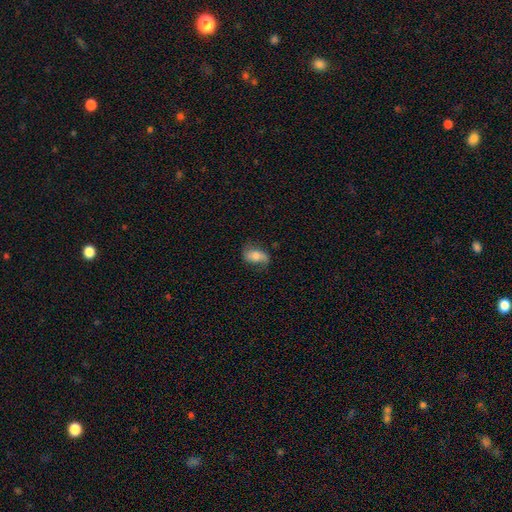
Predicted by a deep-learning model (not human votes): Q: Smooth or featured?
A: smooth (59%); runner-up: featured or disk (33%)
Q: How rounded?
A: in between (87%); runner-up: round (9%)
Q: Merging?
A: none (67%); runner-up: minor disturbance (23%)